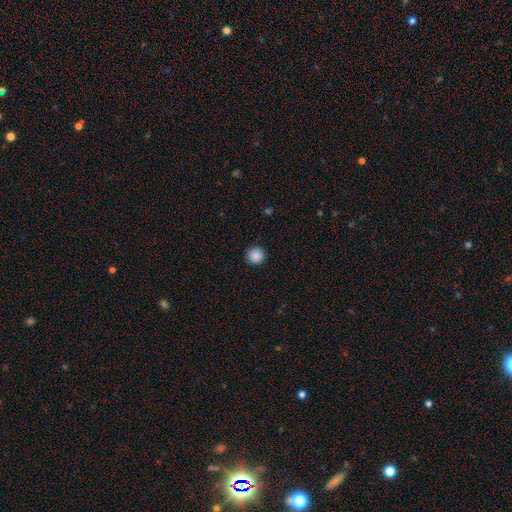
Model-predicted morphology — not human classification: Smooth or featured: smooth — 88% (star or artifact — 9%)
How rounded: round — 96% (in between — 3%)
Merging: none — 93% (minor disturbance — 5%)